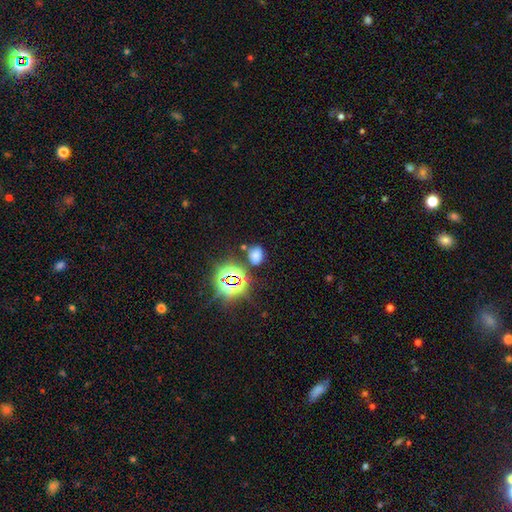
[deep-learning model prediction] Q: Smooth or featured?
A: smooth (59%); runner-up: star or artifact (33%)
Q: How rounded?
A: in between (59%); runner-up: round (40%)
Q: Merging?
A: none (74%); runner-up: minor disturbance (15%)